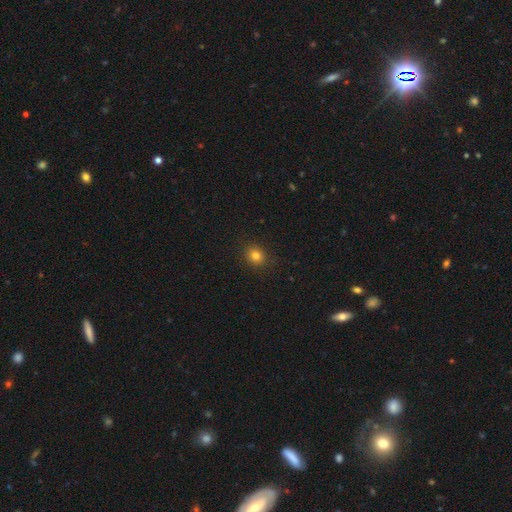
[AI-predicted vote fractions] Morphology: type=smooth (81%); roundness=round (75%); merging=none (90%).